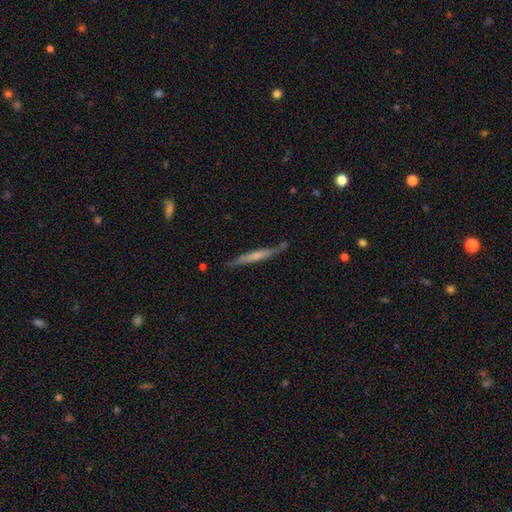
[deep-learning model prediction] smooth-or-featured: featured or disk: 48% | smooth: 46% | star or artifact: 6%
  merging: none: 76% | minor disturbance: 17% | major disturbance: 4% | merger: 3%